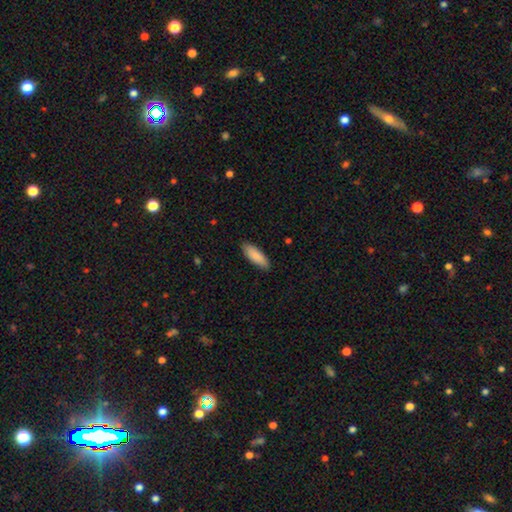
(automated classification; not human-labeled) Smooth or featured? Predicted: smooth (p=0.89). How rounded? Predicted: in between (p=0.64). Merging? Predicted: none (p=0.87).